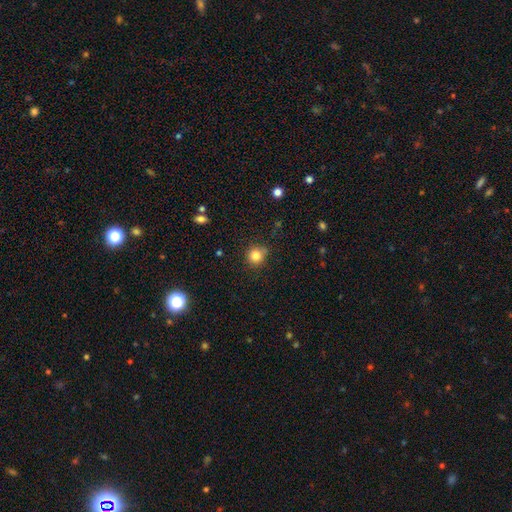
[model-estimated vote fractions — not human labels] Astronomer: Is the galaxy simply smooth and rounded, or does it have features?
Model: smooth — 83%.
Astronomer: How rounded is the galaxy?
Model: round — 89%.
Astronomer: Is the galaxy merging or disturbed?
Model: none — 79%.